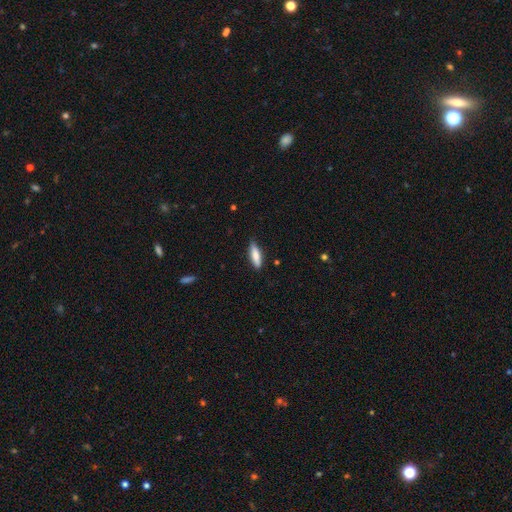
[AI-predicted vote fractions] smooth 79%, featured or disk 15%, star or artifact 6%. Down the decision tree: how rounded — cigar-shaped (58%); merging — none (85%).